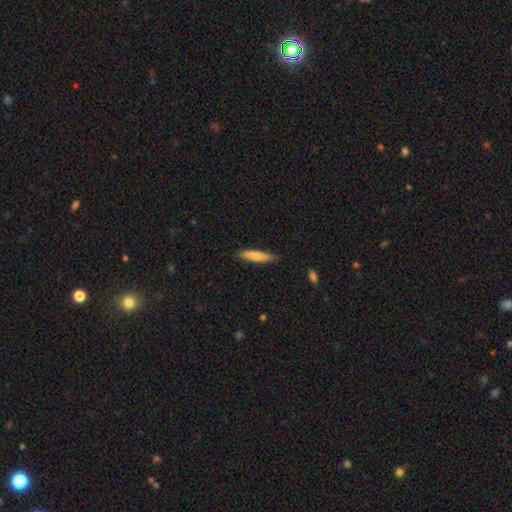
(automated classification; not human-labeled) The model was most divided on "smooth or featured": smooth: 77%, featured or disk: 17%, star or artifact: 6%. More confident: how rounded — cigar-shaped (85%); merging — none (82%).